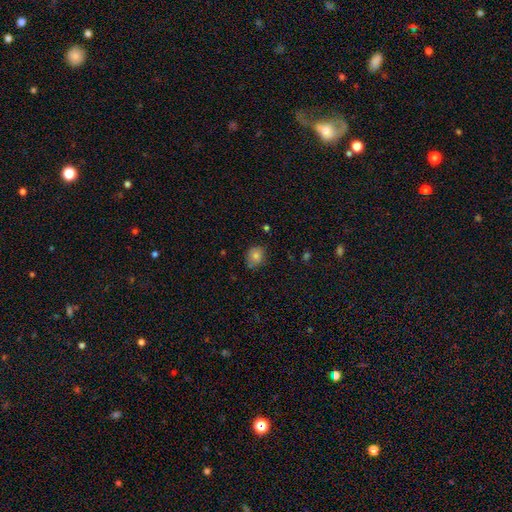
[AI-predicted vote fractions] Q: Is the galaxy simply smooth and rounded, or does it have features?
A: smooth — 79%.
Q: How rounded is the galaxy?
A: round — 65%.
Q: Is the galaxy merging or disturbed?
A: none — 75%.